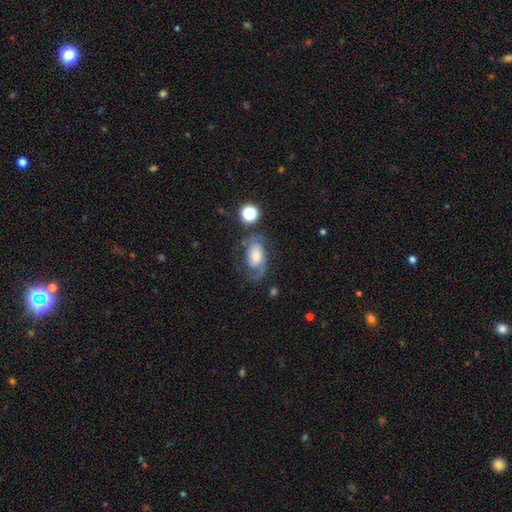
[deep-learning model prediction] This is likely a featured or disk galaxy (76%). It is clearly not viewed edge-on (97%). Bar: likely no (61%). Spiral arm pattern: clearly yes (94%). Spiral arm count: clearly 2 (81%). Spiral winding: possibly medium (49%). Central bulge: marginally moderate (39%). Merging: likely none (64%).